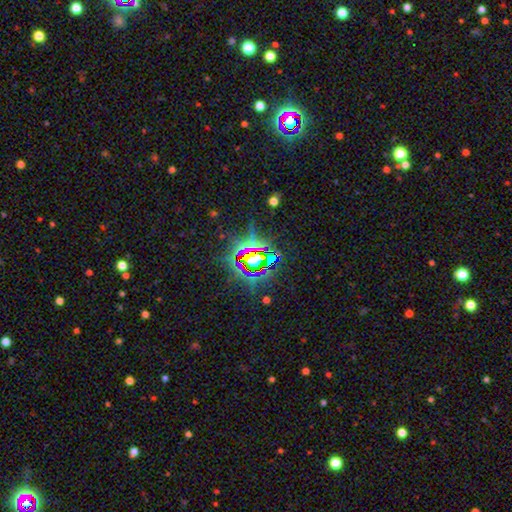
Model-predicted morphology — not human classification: smooth_or_featured: star or artifact (p=0.77) [alt: smooth p=0.11]